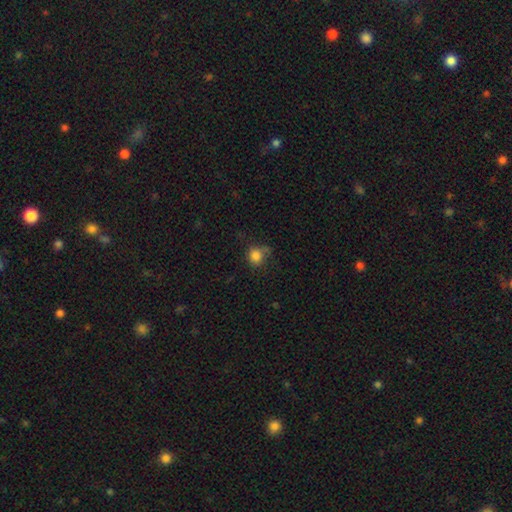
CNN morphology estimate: smooth-or-featured: smooth: 82% | star or artifact: 11% | featured or disk: 7%
  how-rounded: round: 81% | in between: 18% | cigar-shaped: 1%
  merging: none: 58% | minor disturbance: 27% | major disturbance: 12% | merger: 3%